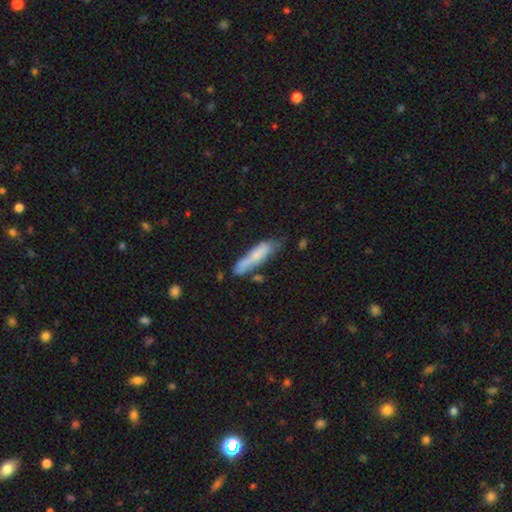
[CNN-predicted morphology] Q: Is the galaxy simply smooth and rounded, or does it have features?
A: smooth — 66%.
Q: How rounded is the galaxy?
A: cigar-shaped — 77%.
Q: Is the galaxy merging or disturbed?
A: none — 52%.